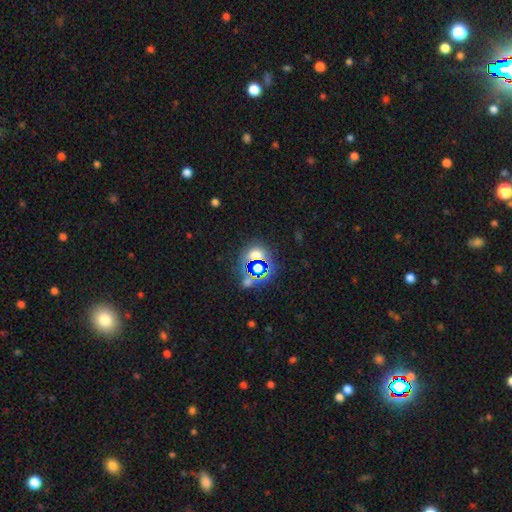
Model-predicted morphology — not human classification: type=star or artifact (64%).